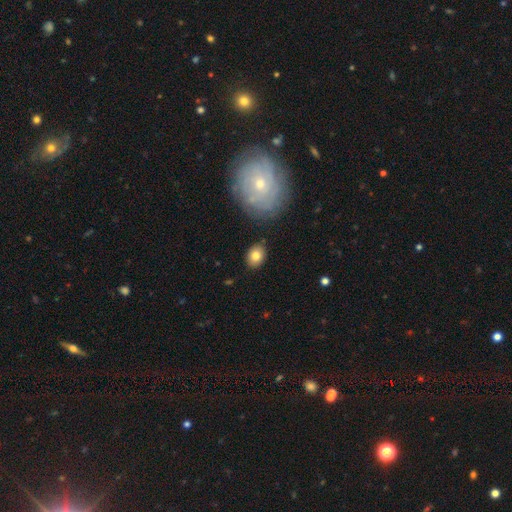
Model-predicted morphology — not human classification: Smooth or featured? Predicted: smooth (p=0.79). How rounded? Predicted: in between (p=0.59). Merging? Predicted: none (p=0.85).